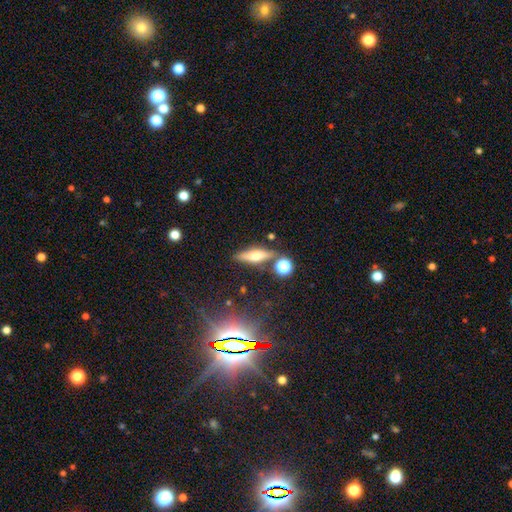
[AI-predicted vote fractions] This appears to be a smooth galaxy with no disk features (45%). Merging: none (76%).